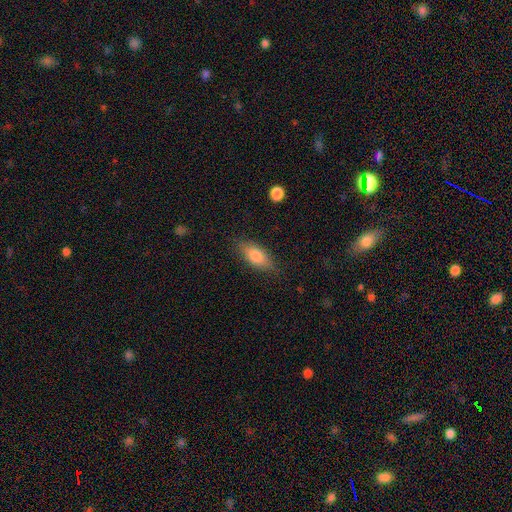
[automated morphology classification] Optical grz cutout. It shows a smooth galaxy with no disk features (79%) that is in between round and cigar-shaped (82%). Merging: none (81%).